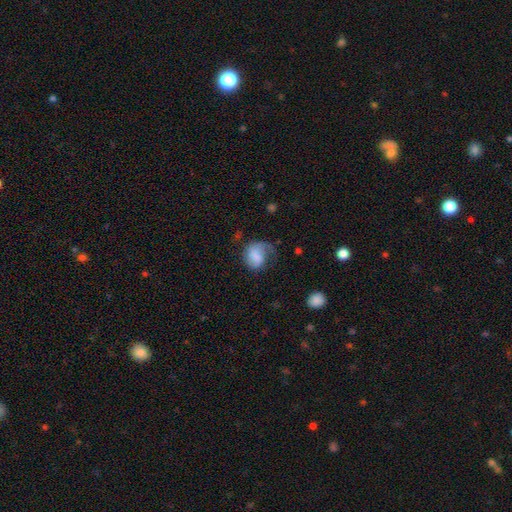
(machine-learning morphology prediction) smooth-or-featured: smooth: 56% | featured or disk: 36% | star or artifact: 8%
  how-rounded: round: 53% | in between: 46% | cigar-shaped: 1%
  merging: none: 37% | major disturbance: 34% | minor disturbance: 27% | merger: 2%